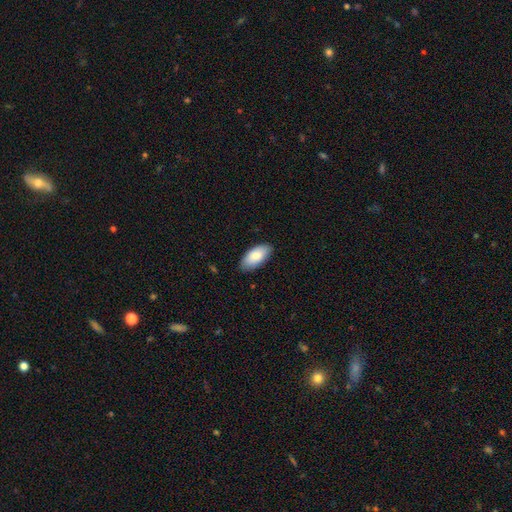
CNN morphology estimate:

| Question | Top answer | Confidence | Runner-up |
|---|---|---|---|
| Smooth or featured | smooth | 83% | featured or disk (11%) |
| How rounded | in between | 93% | cigar-shaped (5%) |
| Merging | none | 85% | minor disturbance (12%) |